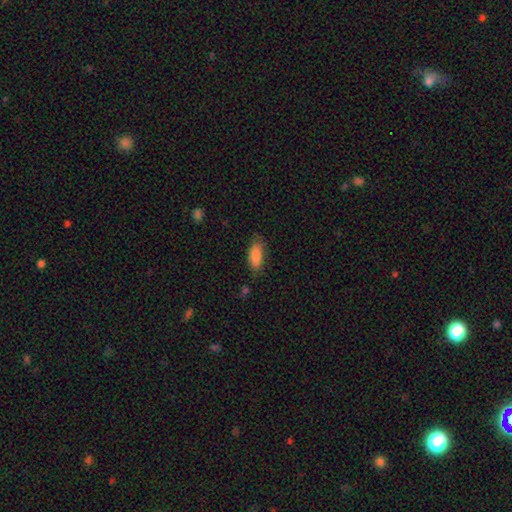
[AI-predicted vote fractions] Morphology: type=smooth (88%); roundness=in between (86%); merging=none (72%).